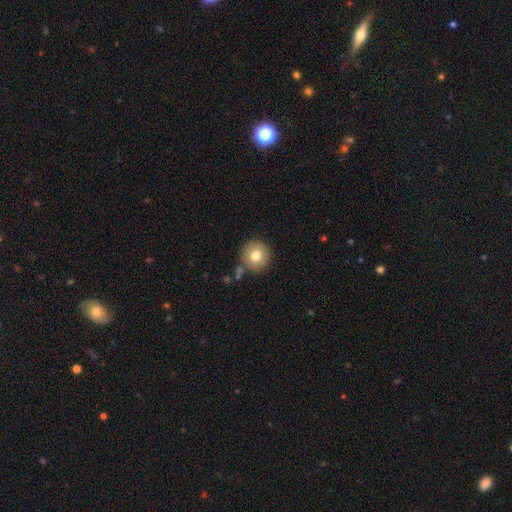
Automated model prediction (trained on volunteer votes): Overall: smooth (76%). How rounded: round (95%). Merging: none (83%).